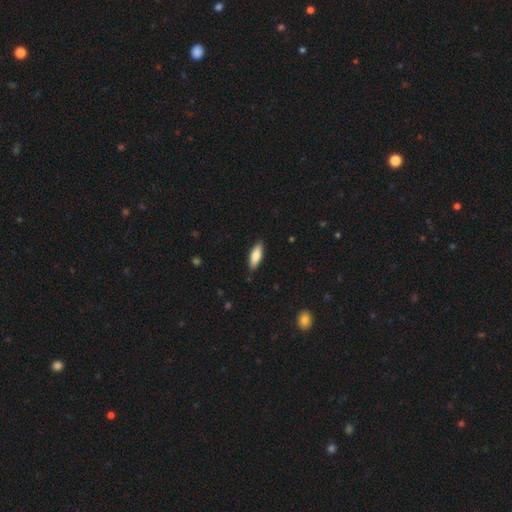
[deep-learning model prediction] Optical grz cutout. It shows a smooth galaxy with no disk features (80%) that is in between round and cigar-shaped (65%). Merging: none (88%).